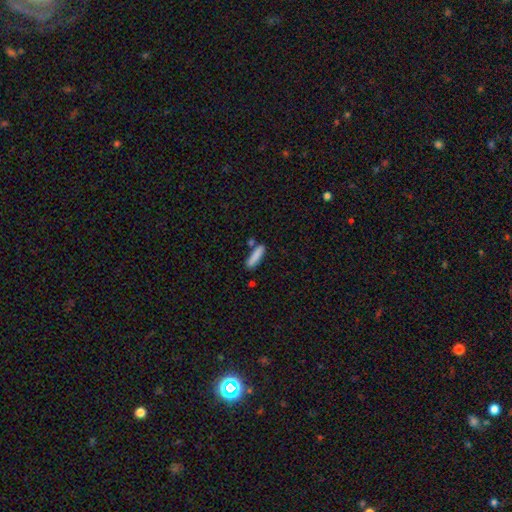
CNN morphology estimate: Smooth or featured? smooth (86%)
How rounded? cigar-shaped (77%)
Merging? none (75%)